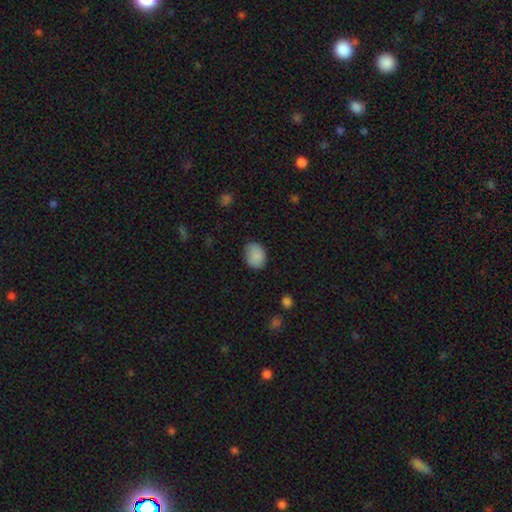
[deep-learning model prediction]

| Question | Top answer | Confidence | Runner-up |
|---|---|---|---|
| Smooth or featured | smooth | 88% | star or artifact (8%) |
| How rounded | in between | 62% | round (38%) |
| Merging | none | 77% | minor disturbance (18%) |